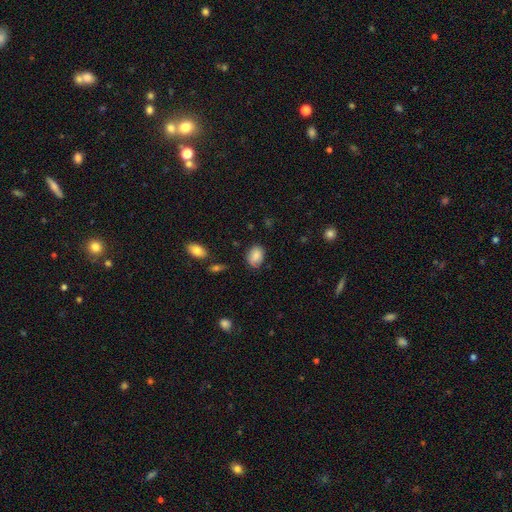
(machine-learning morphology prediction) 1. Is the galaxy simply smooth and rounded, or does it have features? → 83% smooth, 9% featured or disk, 8% star or artifact.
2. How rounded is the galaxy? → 72% in between, 27% round, 1% cigar-shaped.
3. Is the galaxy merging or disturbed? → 71% none, 22% minor disturbance, 5% major disturbance, 2% merger.